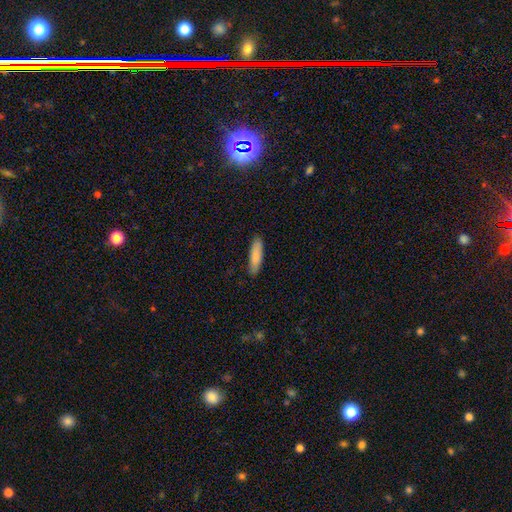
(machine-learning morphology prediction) The model was most divided on "how rounded": cigar-shaped: 66%, in between: 33%, round: 1%. More confident: merging — none (87%); smooth or featured — smooth (86%).